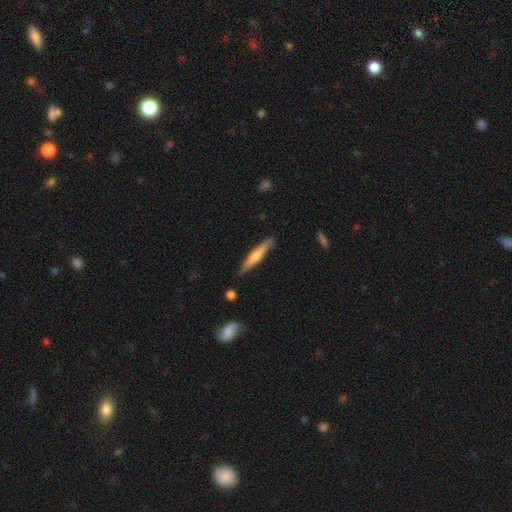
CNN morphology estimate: The model was most divided on "smooth or featured": featured or disk: 54%, smooth: 40%, star or artifact: 6%. More confident: edge-on disk — yes (96%); merging — none (87%); edge-on bulge — rounded (81%).